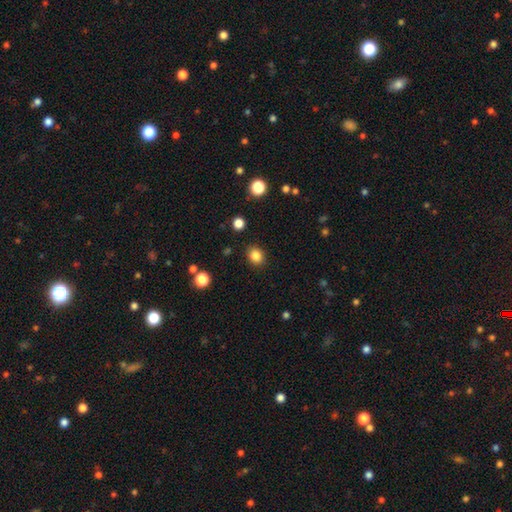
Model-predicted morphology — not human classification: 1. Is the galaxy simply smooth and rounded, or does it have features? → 84% smooth, 11% star or artifact, 5% featured or disk.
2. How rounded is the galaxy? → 60% round, 39% in between, 1% cigar-shaped.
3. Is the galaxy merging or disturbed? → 88% none, 8% minor disturbance, 2% major disturbance, 1% merger.